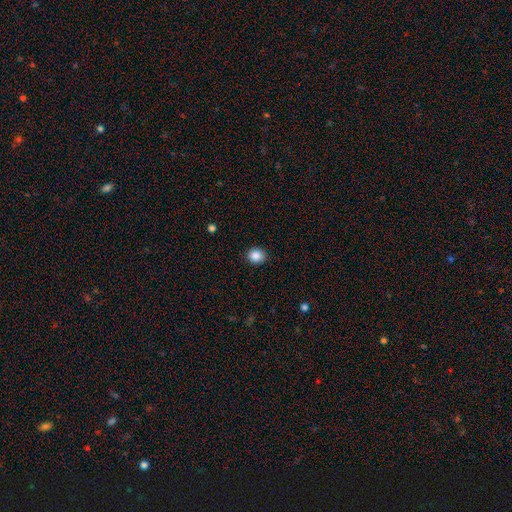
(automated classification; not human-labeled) Smooth or featured?
  - smooth: 87% *
  - star or artifact: 10%
  - featured or disk: 4%
How rounded?
  - round: 77% *
  - in between: 22%
  - cigar-shaped: 1%
Merging?
  - none: 90% *
  - minor disturbance: 7%
  - major disturbance: 2%
  - merger: 1%